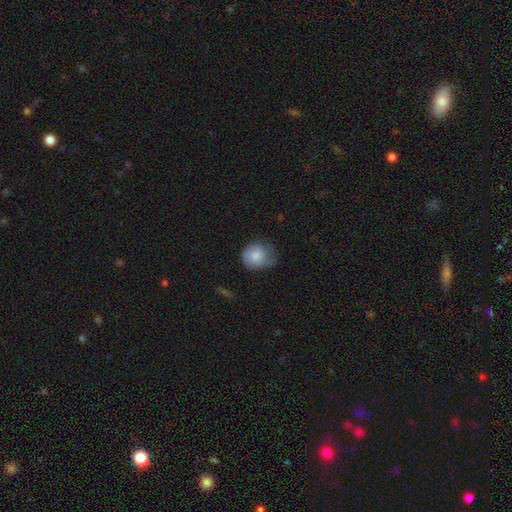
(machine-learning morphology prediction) smooth_or_featured: smooth (p=0.75) [alt: featured or disk p=0.18]
how_rounded: round (p=0.76) [alt: in between p=0.23]
merging: none (p=0.50) [alt: minor disturbance p=0.36]